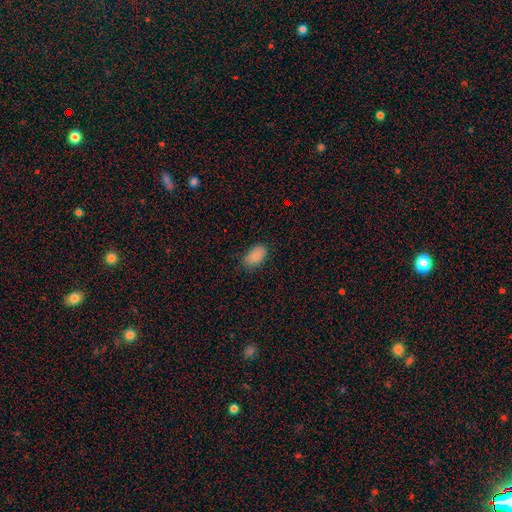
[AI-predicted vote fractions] A smooth galaxy with no disk features (87%) that is in between round and cigar-shaped (94%). Merging: none (78%).